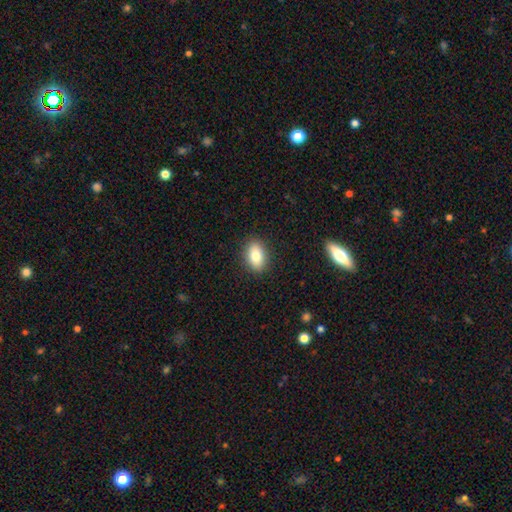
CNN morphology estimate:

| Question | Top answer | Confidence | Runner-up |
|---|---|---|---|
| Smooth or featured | smooth | 80% | featured or disk (12%) |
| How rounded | in between | 84% | round (13%) |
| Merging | none | 89% | minor disturbance (8%) |